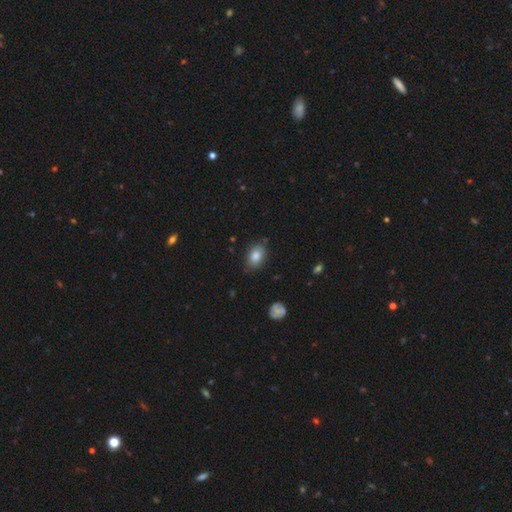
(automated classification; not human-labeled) Smooth or featured? smooth (83%)
How rounded? in between (80%)
Merging? none (79%)